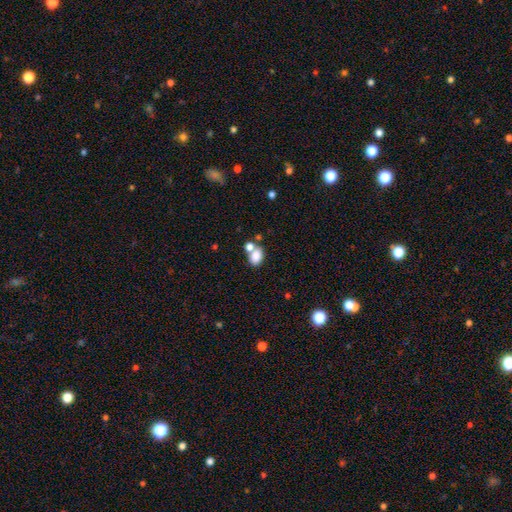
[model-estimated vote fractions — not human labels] Overall: smooth (82%). How rounded: in between (78%). Merging: none (46%; merger 38%).